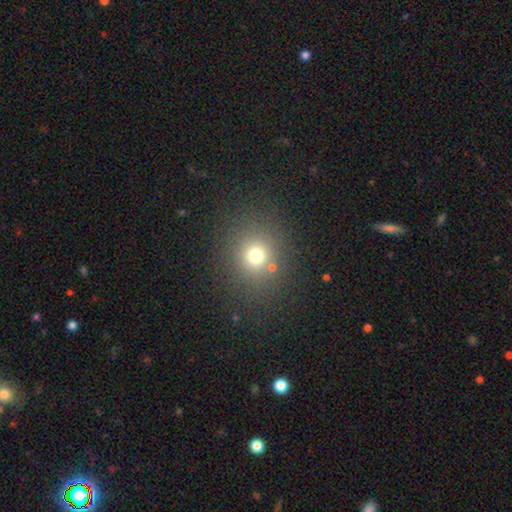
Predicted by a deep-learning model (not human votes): A smooth galaxy with no disk features (71%) that is round (85%).

Vote fractions:
- Smooth or featured? smooth: 71% / star or artifact: 21% / featured or disk: 8%
- How rounded? round: 85% / in between: 14% / cigar-shaped: 1%
- Merging? none: 83% / minor disturbance: 8% / major disturbance: 5% / merger: 4%